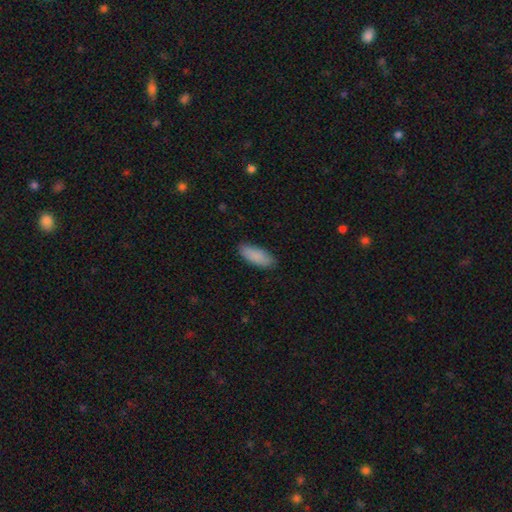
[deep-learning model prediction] Smooth or featured?
  - smooth: 88% *
  - featured or disk: 6%
  - star or artifact: 6%
How rounded?
  - in between: 79% *
  - cigar-shaped: 19%
  - round: 2%
Merging?
  - none: 86% *
  - minor disturbance: 11%
  - major disturbance: 2%
  - merger: 1%